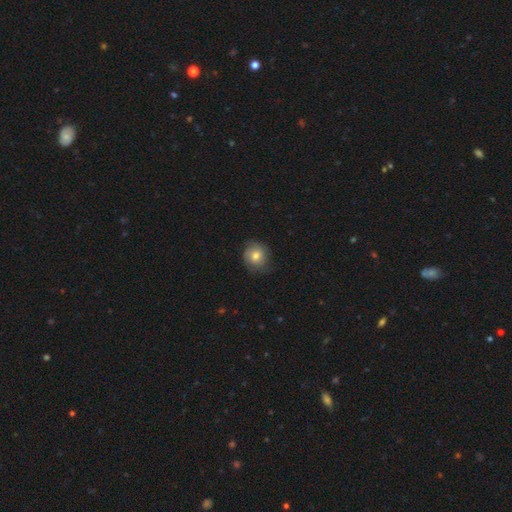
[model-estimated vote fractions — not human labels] A smooth galaxy with no disk features (72%) that is round (81%).

Vote fractions:
- Smooth or featured? smooth: 72% / featured or disk: 19% / star or artifact: 8%
- How rounded? round: 81% / in between: 18% / cigar-shaped: 1%
- Merging? none: 70% / minor disturbance: 23% / major disturbance: 6% / merger: 1%